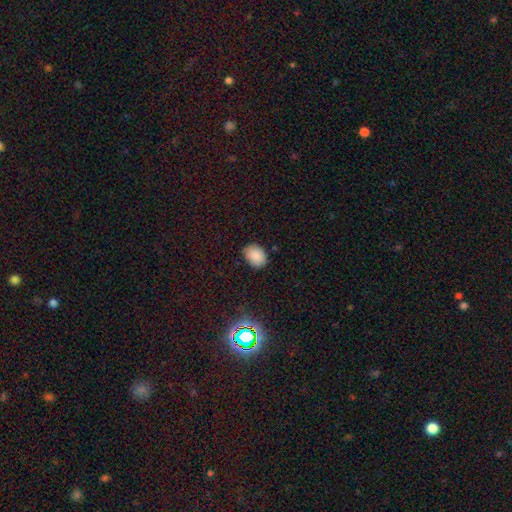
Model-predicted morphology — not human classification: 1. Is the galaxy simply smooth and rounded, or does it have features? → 85% smooth, 10% star or artifact, 4% featured or disk.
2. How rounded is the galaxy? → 67% in between, 32% round, 1% cigar-shaped.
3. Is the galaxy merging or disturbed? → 79% none, 16% minor disturbance, 3% major disturbance, 1% merger.